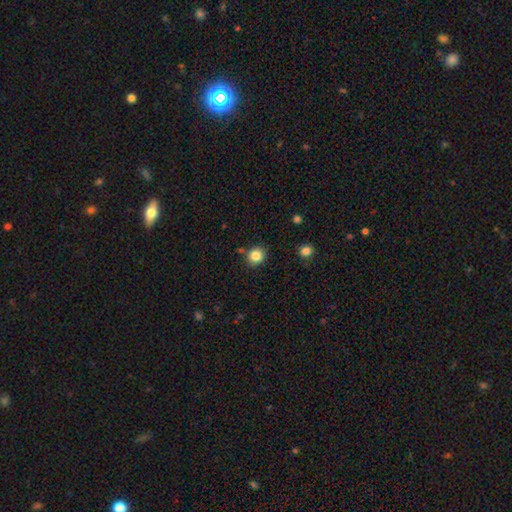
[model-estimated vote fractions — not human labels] Smooth or featured? smooth (85%)
How rounded? round (87%)
Merging? none (83%)